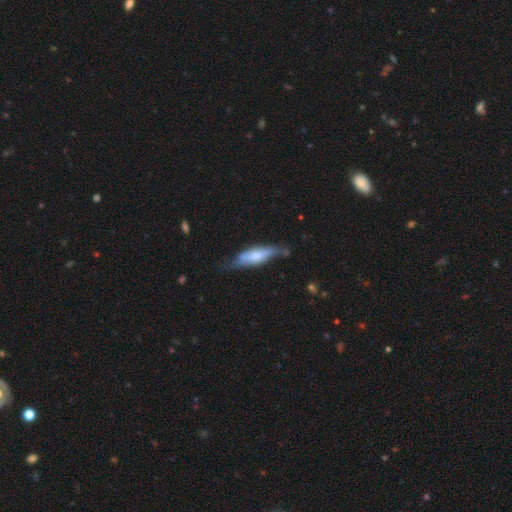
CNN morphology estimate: Q: Smooth or featured?
A: smooth (53%); runner-up: featured or disk (41%)
Q: How rounded?
A: cigar-shaped (61%); runner-up: in between (38%)
Q: Merging?
A: none (56%); runner-up: minor disturbance (31%)